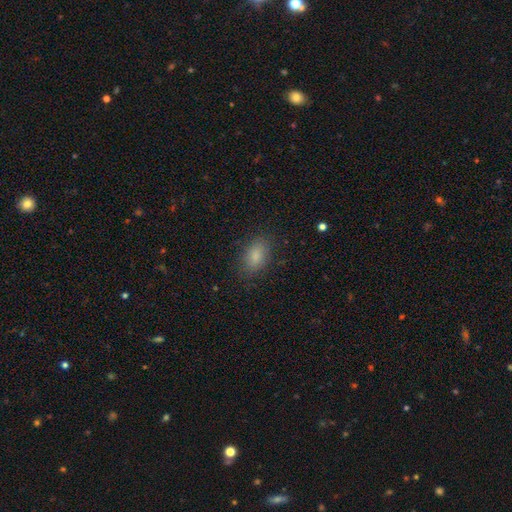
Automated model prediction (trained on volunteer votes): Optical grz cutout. It shows a smooth galaxy with no disk features (85%) that is in between round and cigar-shaped (89%). Merging: none (84%).